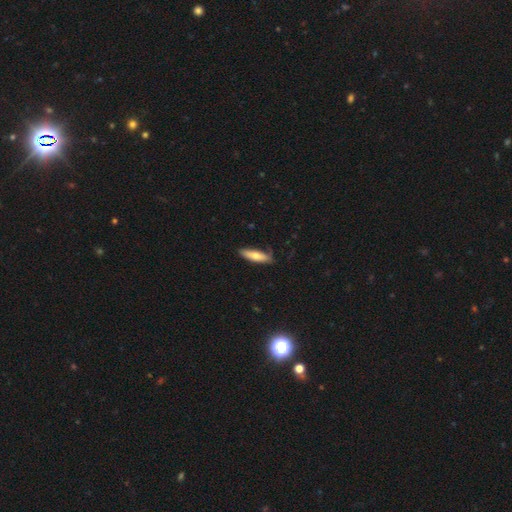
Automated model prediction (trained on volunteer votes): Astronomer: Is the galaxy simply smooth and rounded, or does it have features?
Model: smooth — 71%.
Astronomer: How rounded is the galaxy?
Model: cigar-shaped — 60% (runner-up: in between, 38%).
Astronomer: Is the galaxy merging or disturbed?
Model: none — 70%.